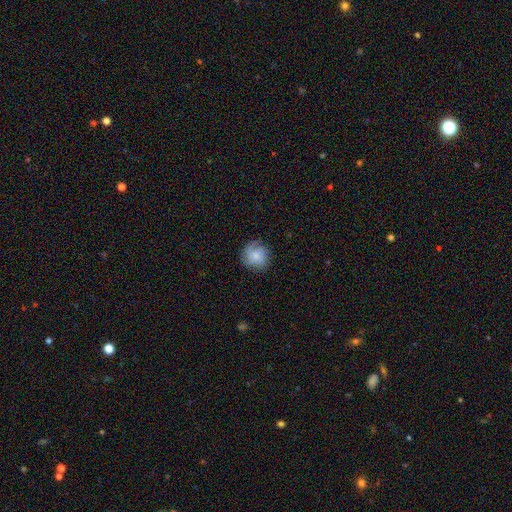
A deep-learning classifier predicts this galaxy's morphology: A smooth galaxy with no disk features (57%) that is round (86%). Merging: none (74%).